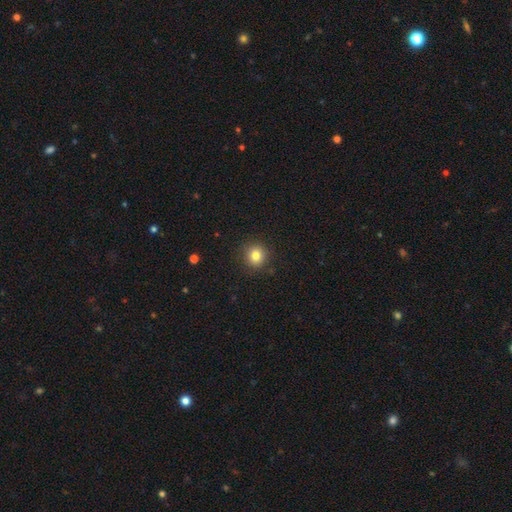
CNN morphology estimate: Smooth or featured?
  - smooth: 83% *
  - star or artifact: 11%
  - featured or disk: 6%
How rounded?
  - round: 87% *
  - in between: 12%
  - cigar-shaped: 1%
Merging?
  - none: 90% *
  - minor disturbance: 7%
  - major disturbance: 2%
  - merger: 1%